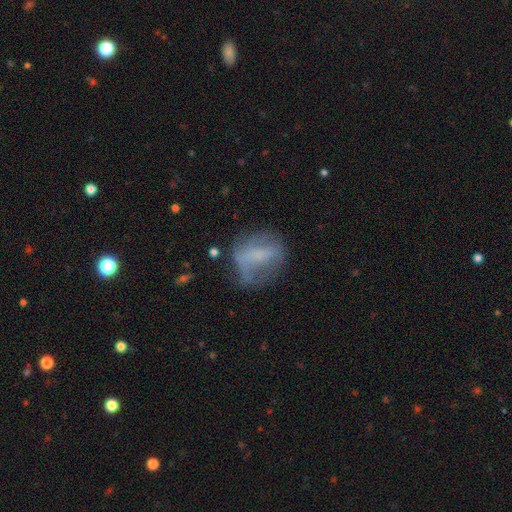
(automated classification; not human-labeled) Q: Smooth or featured?
A: smooth (45%); runner-up: featured or disk (44%)
Q: Merging?
A: none (46%); runner-up: minor disturbance (27%)